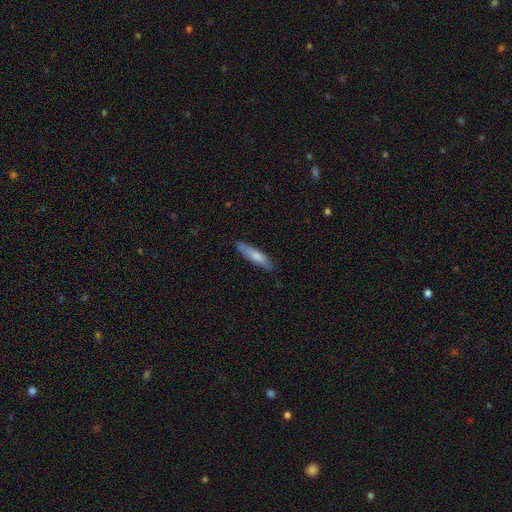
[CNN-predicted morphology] This appears to be a smooth galaxy with no disk features (74%) that is cigar-shaped (81%). Merging: none (83%).